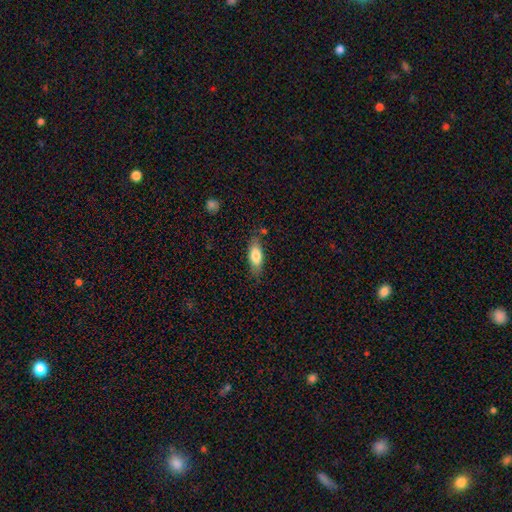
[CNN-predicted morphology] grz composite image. It shows a smooth galaxy with no disk features (79%) that is in between round and cigar-shaped (76%). Merging: none (75%).